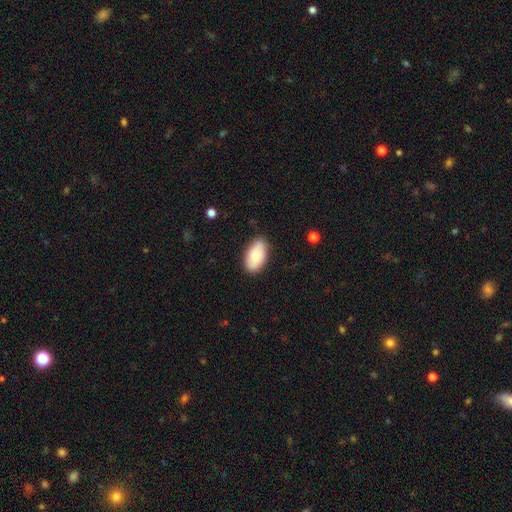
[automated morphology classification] Overall: smooth (81%). How rounded: in between (94%). Merging: none (81%).